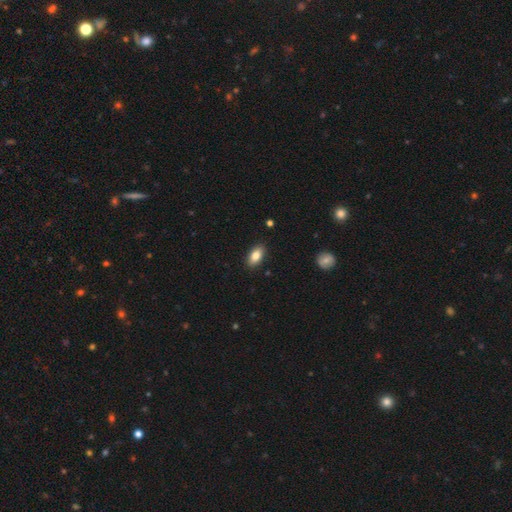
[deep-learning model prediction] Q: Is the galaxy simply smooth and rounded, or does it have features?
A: smooth — 84%.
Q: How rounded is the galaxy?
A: in between — 91%.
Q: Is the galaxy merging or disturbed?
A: none — 89%.